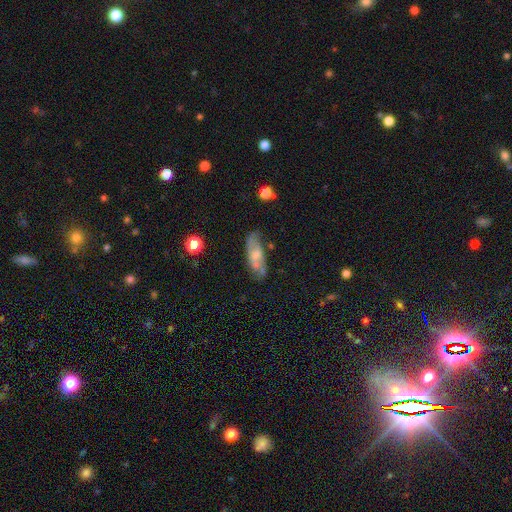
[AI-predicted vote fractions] Morphology: type=featured or disk (46%, tied with smooth); merging=none (60%).